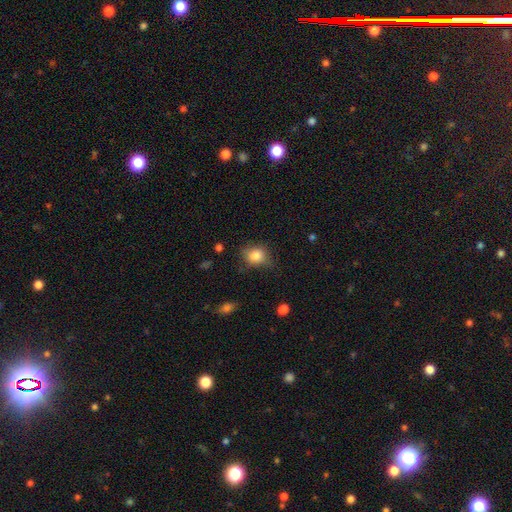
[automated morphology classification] smooth-or-featured: smooth: 83% | star or artifact: 9% | featured or disk: 7%
  how-rounded: round: 58% | in between: 41% | cigar-shaped: 1%
  merging: none: 65% | minor disturbance: 26% | major disturbance: 7% | merger: 2%